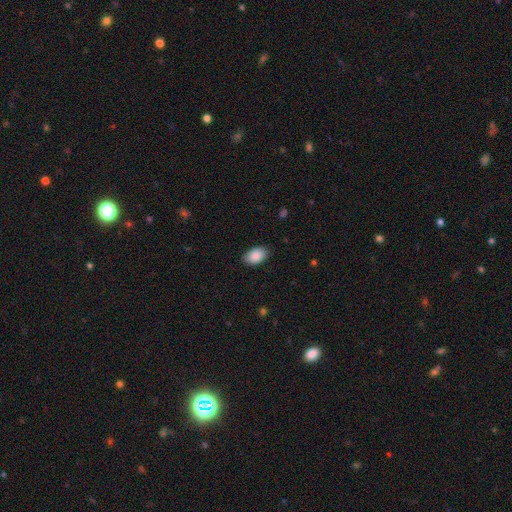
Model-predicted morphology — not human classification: A smooth galaxy with no disk features (89%) that is in between round and cigar-shaped (92%).

Vote fractions:
- Smooth or featured? smooth: 89% / star or artifact: 6% / featured or disk: 4%
- How rounded? in between: 92% / round: 6% / cigar-shaped: 1%
- Merging? none: 86% / minor disturbance: 11% / major disturbance: 2% / merger: 1%